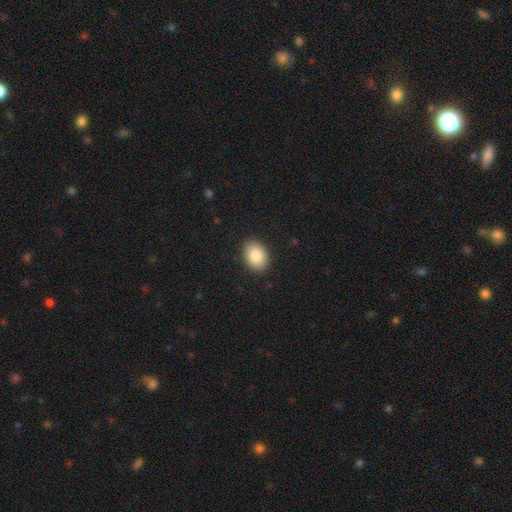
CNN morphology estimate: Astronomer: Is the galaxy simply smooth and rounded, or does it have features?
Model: smooth — 86%.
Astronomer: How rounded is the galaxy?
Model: in between — 78%.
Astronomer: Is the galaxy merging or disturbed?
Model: none — 89%.